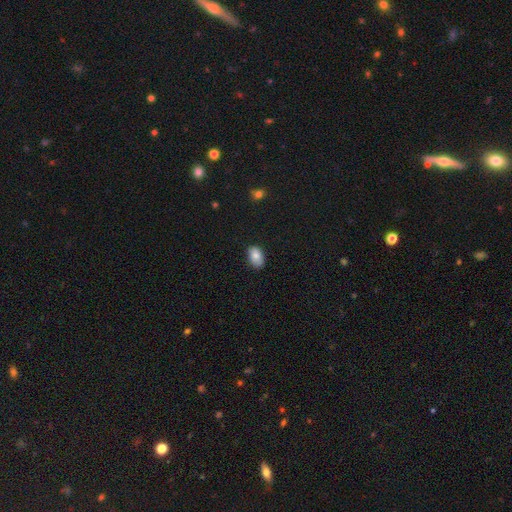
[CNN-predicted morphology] This appears to be a smooth galaxy with no disk features (83%) that is in between round and cigar-shaped (90%). Merging: none (79%).